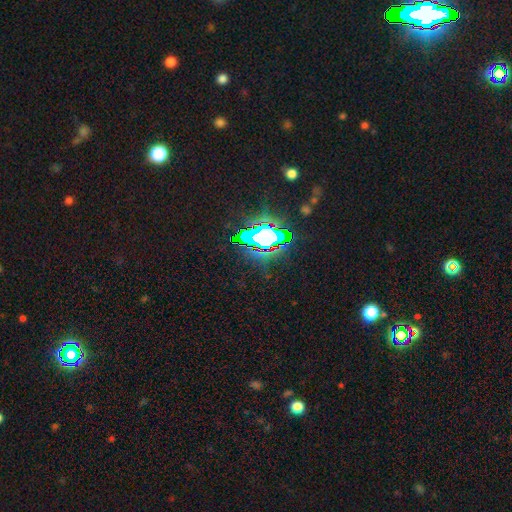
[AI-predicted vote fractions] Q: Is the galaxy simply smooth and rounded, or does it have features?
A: star or artifact — 83%.